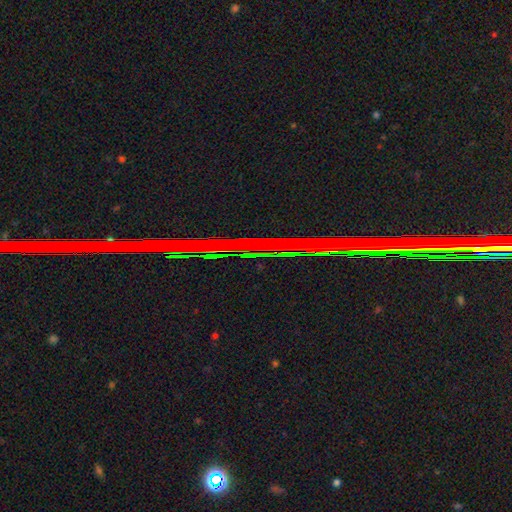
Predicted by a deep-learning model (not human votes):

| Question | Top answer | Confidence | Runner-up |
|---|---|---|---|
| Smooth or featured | star or artifact | 84% | featured or disk (9%) |